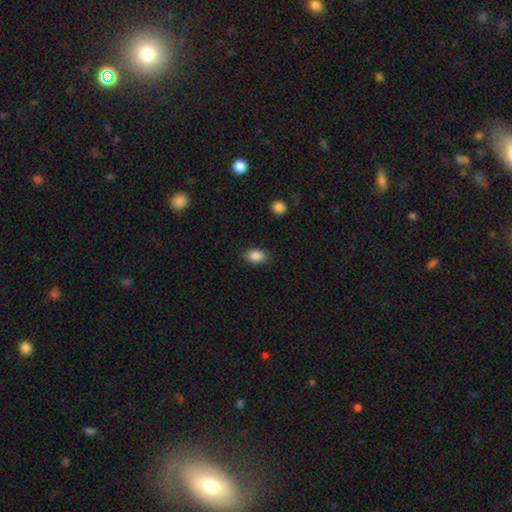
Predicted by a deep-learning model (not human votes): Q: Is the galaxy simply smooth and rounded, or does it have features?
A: smooth — 88%.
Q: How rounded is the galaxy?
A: in between — 86%.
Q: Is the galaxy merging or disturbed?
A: none — 85%.